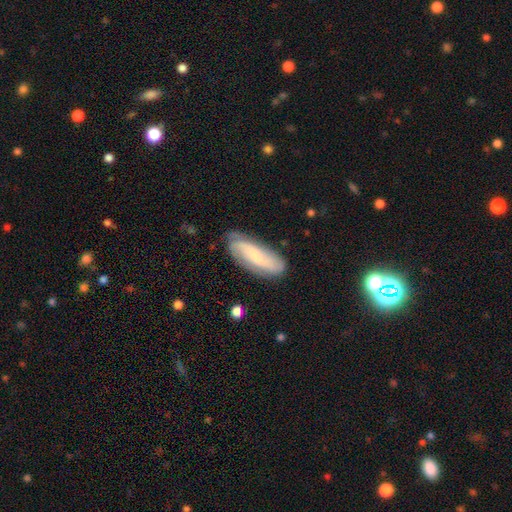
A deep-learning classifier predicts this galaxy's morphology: Smooth or featured? Predicted: featured or disk (p=0.47). Merging? Predicted: none (p=0.75).